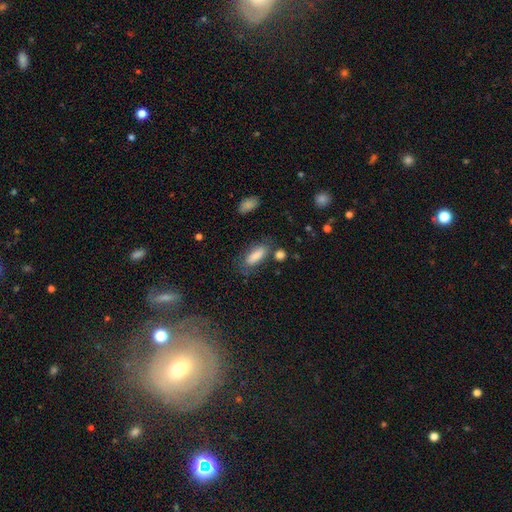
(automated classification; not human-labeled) Overall: smooth (80%). How rounded: in between (66%; cigar-shaped 31%). Merging: none (67%).